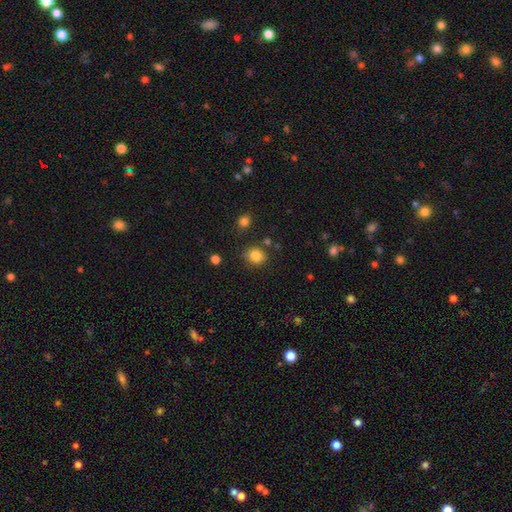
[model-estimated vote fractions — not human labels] This appears to be a smooth galaxy with no disk features (83%) that is round (73%). Merging: none (78%).